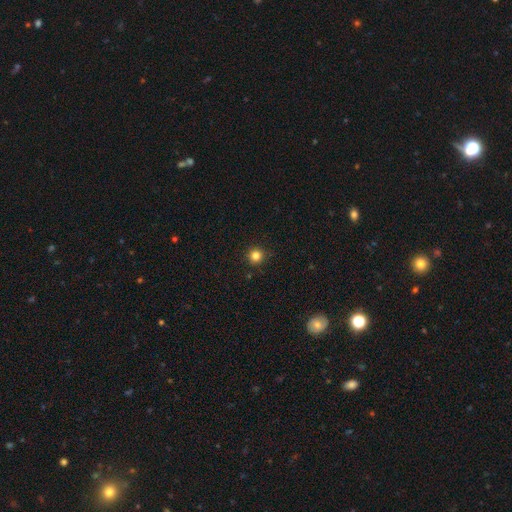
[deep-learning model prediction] A smooth galaxy with no disk features (83%) that is round (96%).

Vote fractions:
- Smooth or featured? smooth: 83% / star or artifact: 13% / featured or disk: 4%
- How rounded? round: 96% / in between: 3% / cigar-shaped: 1%
- Merging? none: 92% / minor disturbance: 5% / major disturbance: 2% / merger: 1%